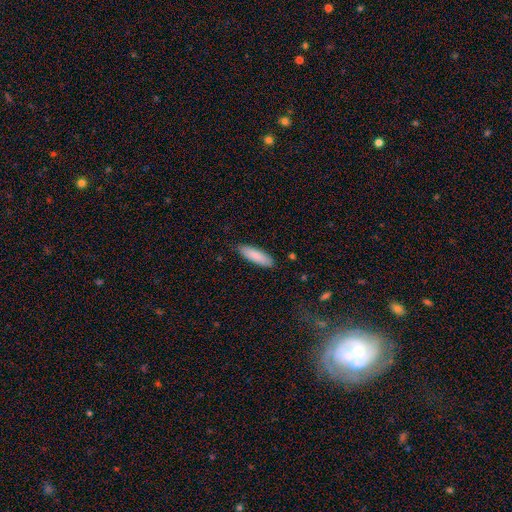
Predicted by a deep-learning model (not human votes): Q: Smooth or featured?
A: smooth (87%); runner-up: featured or disk (7%)
Q: How rounded?
A: cigar-shaped (53%); runner-up: in between (46%)
Q: Merging?
A: none (86%); runner-up: minor disturbance (11%)